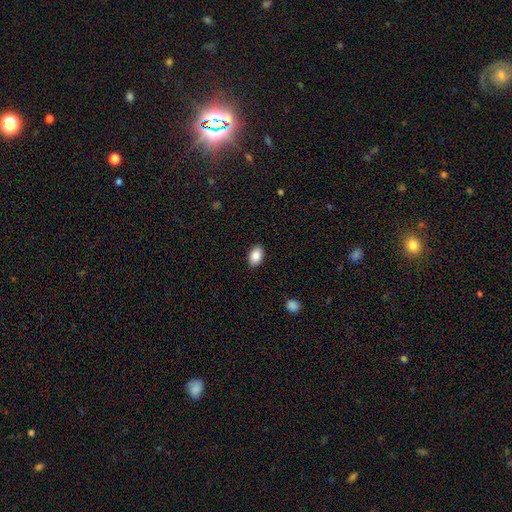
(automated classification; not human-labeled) Smooth or featured: smooth — 87% (star or artifact — 8%)
How rounded: in between — 88% (round — 11%)
Merging: none — 89% (minor disturbance — 8%)